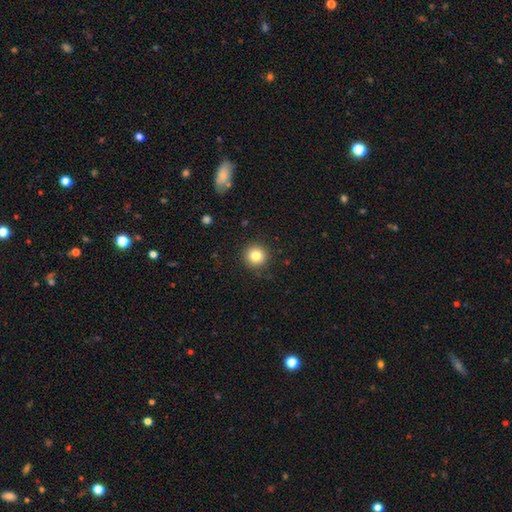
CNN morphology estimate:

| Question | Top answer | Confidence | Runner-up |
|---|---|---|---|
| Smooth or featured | smooth | 81% | star or artifact (11%) |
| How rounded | round | 94% | in between (5%) |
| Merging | none | 90% | minor disturbance (7%) |